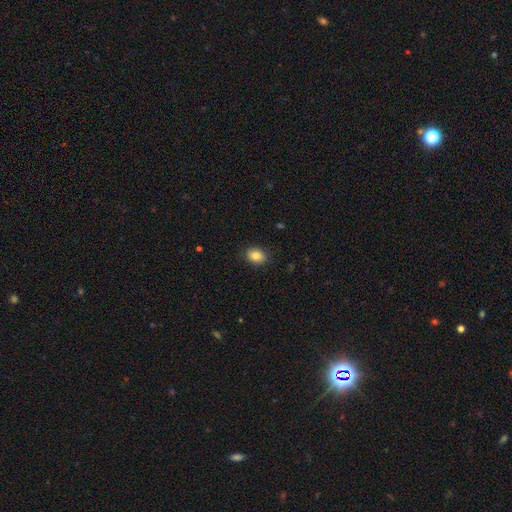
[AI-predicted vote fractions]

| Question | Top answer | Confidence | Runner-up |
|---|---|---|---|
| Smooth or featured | smooth | 85% | star or artifact (9%) |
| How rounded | in between | 61% | round (38%) |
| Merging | none | 88% | minor disturbance (9%) |